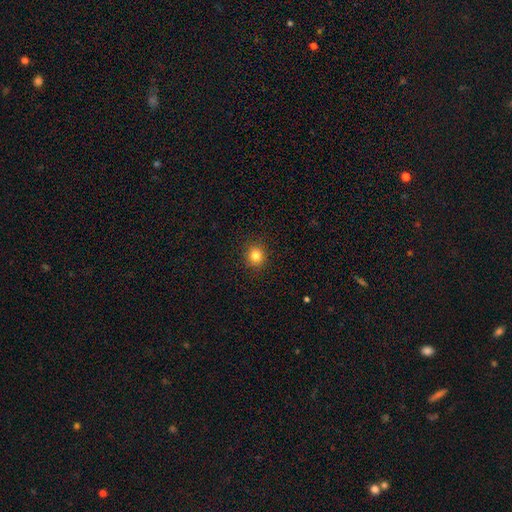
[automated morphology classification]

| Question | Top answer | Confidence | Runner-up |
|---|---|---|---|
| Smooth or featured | smooth | 82% | star or artifact (12%) |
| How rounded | round | 91% | in between (8%) |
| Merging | none | 91% | minor disturbance (6%) |